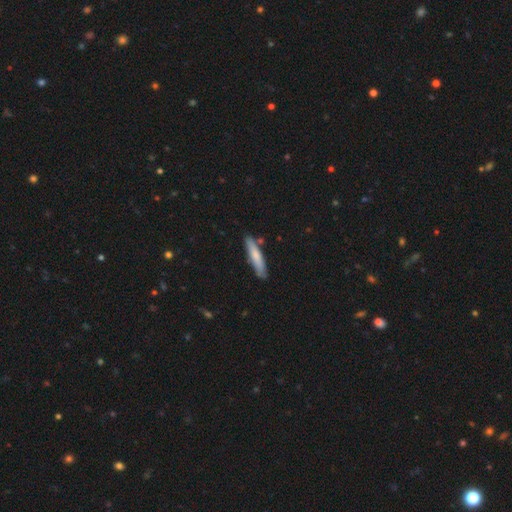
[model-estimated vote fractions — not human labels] A smooth galaxy with no disk features (72%) that is cigar-shaped (87%). Merging: none (82%).